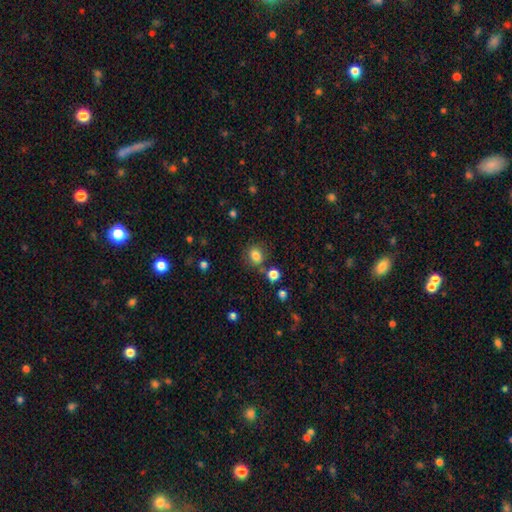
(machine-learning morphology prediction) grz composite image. It shows a smooth galaxy with no disk features (82%) that is round (59%). Merging: none (75%).